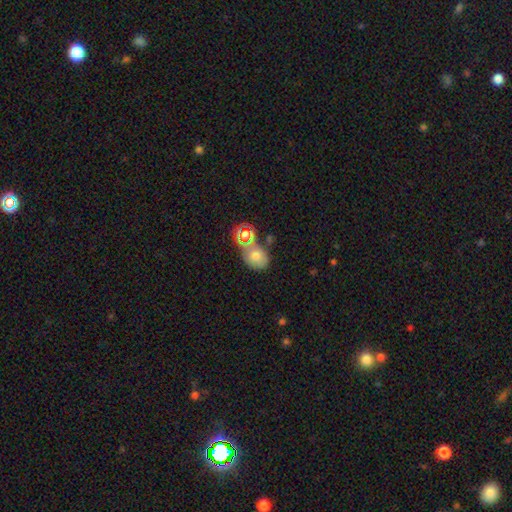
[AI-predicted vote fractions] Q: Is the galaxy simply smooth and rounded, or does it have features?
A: smooth — 66%.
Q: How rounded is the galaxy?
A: in between — 54%.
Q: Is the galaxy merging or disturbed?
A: none — 49%.